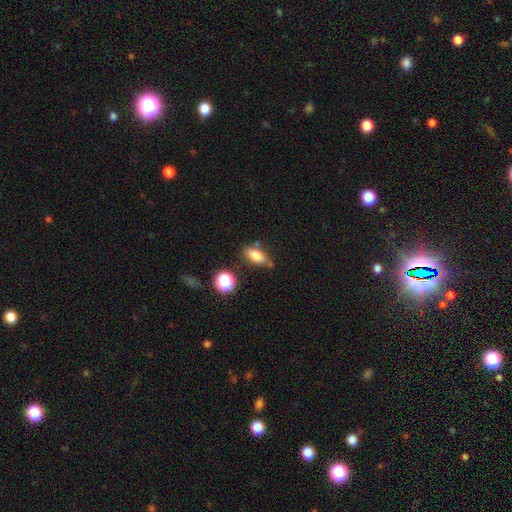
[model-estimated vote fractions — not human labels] Smooth or featured?
  - smooth: 78% *
  - featured or disk: 11%
  - star or artifact: 11%
How rounded?
  - in between: 79% *
  - cigar-shaped: 13%
  - round: 9%
Merging?
  - none: 67% *
  - minor disturbance: 20%
  - merger: 8%
  - major disturbance: 5%